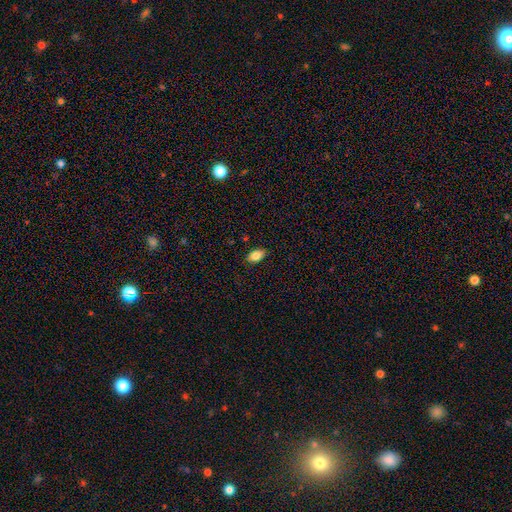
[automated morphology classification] smooth 84%, star or artifact 8%, featured or disk 8%. Down the decision tree: how rounded — in between (89%); merging — none (84%).